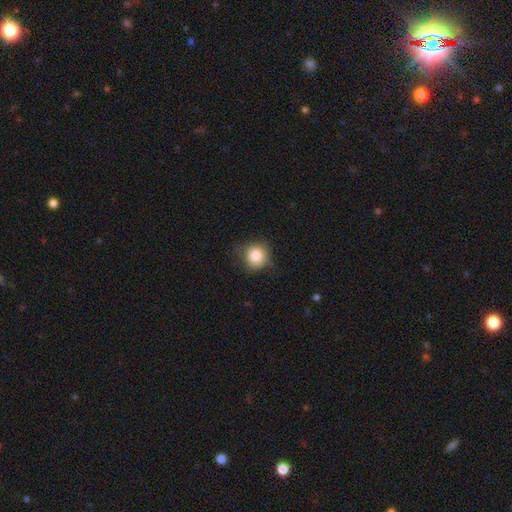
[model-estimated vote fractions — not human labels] smooth_or_featured: smooth (p=0.84) [alt: star or artifact p=0.09]
how_rounded: round (p=0.89) [alt: in between p=0.10]
merging: none (p=0.71) [alt: minor disturbance p=0.22]